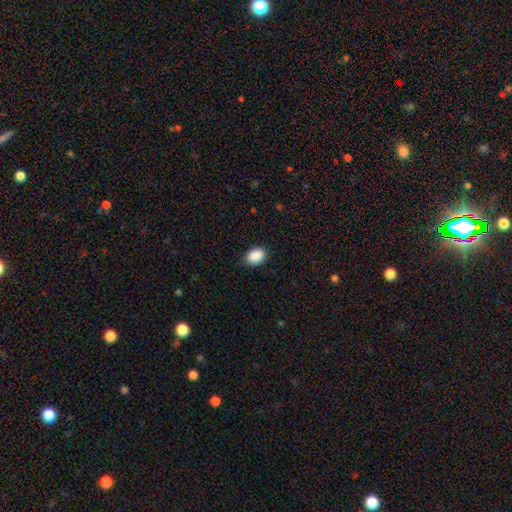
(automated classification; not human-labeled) The model was most divided on "how rounded": in between: 80%, round: 19%, cigar-shaped: 1%. More confident: smooth or featured — smooth (90%); merging — none (87%).